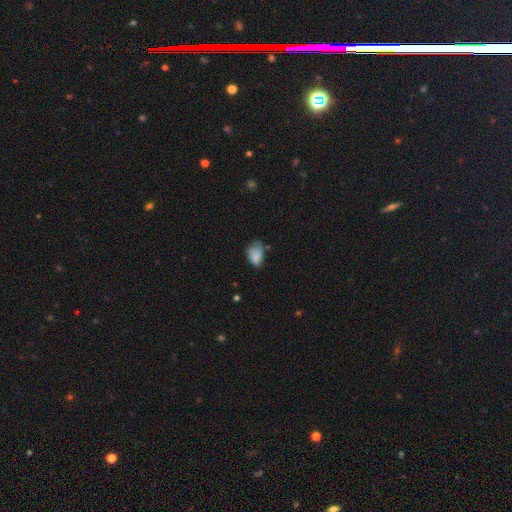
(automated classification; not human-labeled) Smooth or featured? smooth (77%)
How rounded? in between (87%)
Merging? minor disturbance (41%)